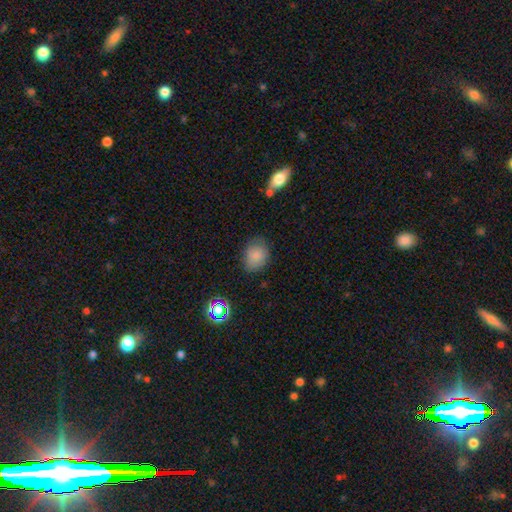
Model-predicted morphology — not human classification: Smooth or featured? smooth (84%)
How rounded? in between (59%)
Merging? none (76%)